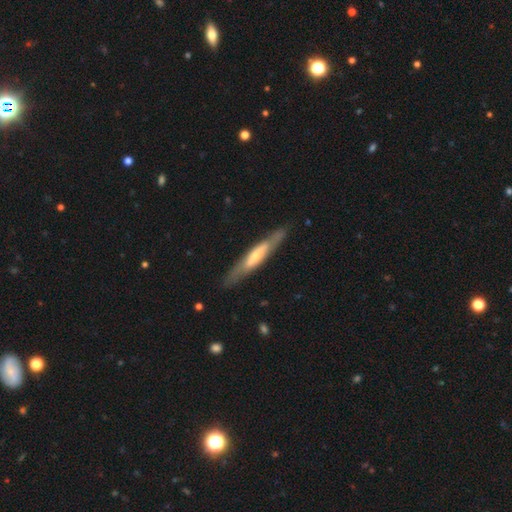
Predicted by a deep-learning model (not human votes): A featured or disk galaxy (62%) viewed edge-on (76%). Merging: none (84%).